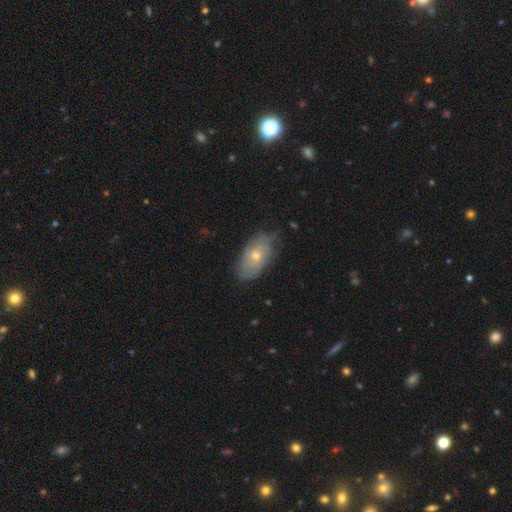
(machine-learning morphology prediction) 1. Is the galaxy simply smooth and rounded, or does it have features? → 48% featured or disk, 43% smooth, 9% star or artifact.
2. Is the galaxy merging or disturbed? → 72% none, 22% minor disturbance, 5% major disturbance, 1% merger.